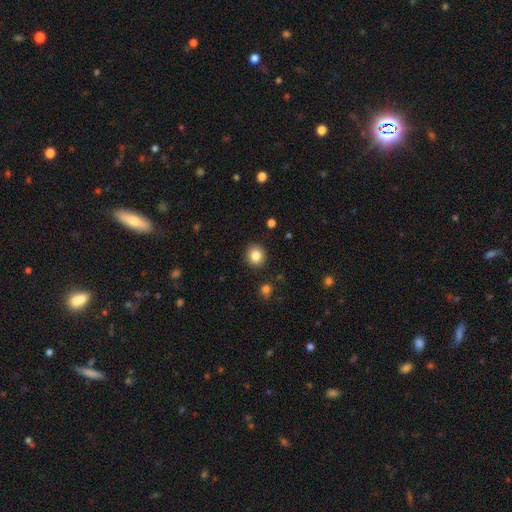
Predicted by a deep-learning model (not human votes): Smooth or featured?
  - smooth: 83% *
  - star or artifact: 10%
  - featured or disk: 7%
How rounded?
  - round: 87% *
  - in between: 12%
  - cigar-shaped: 1%
Merging?
  - none: 91% *
  - minor disturbance: 6%
  - major disturbance: 2%
  - merger: 1%